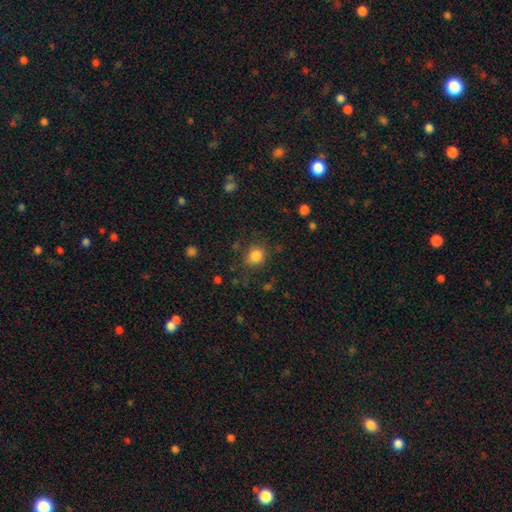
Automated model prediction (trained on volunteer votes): Overall: smooth (83%). How rounded: round (74%). Merging: none (80%).